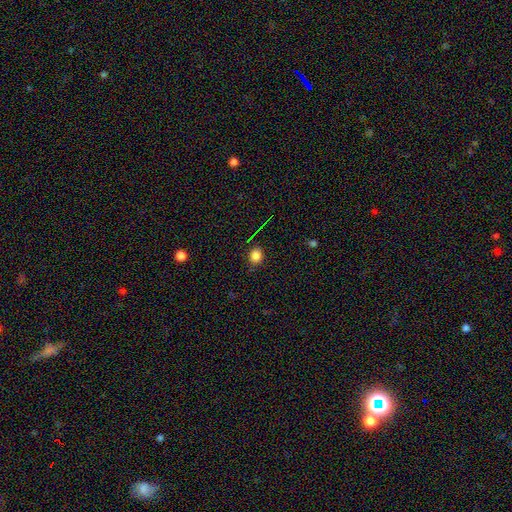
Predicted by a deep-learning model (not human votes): Morphology: type=smooth (80%); roundness=round (71%); merging=none (84%).